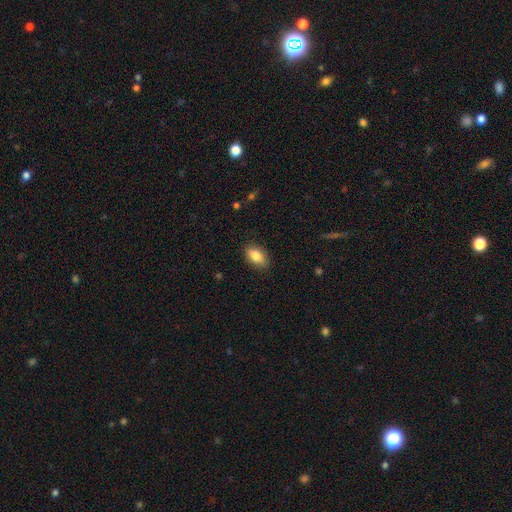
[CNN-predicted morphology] type=smooth (84%); roundness=in between (90%); merging=none (86%).